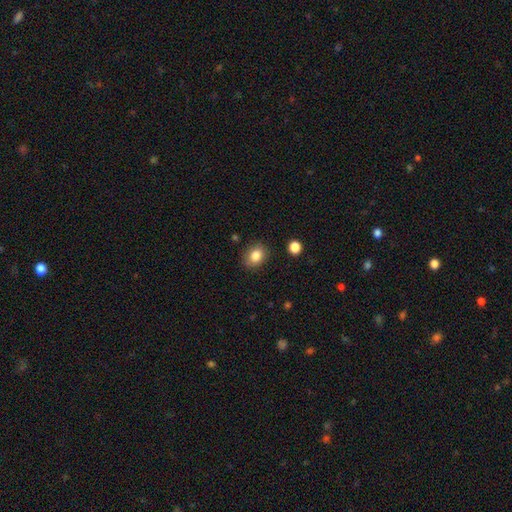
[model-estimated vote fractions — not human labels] smooth-or-featured: smooth: 84% | star or artifact: 9% | featured or disk: 6%
  how-rounded: in between: 54% | round: 45% | cigar-shaped: 1%
  merging: none: 85% | minor disturbance: 11% | major disturbance: 3% | merger: 2%